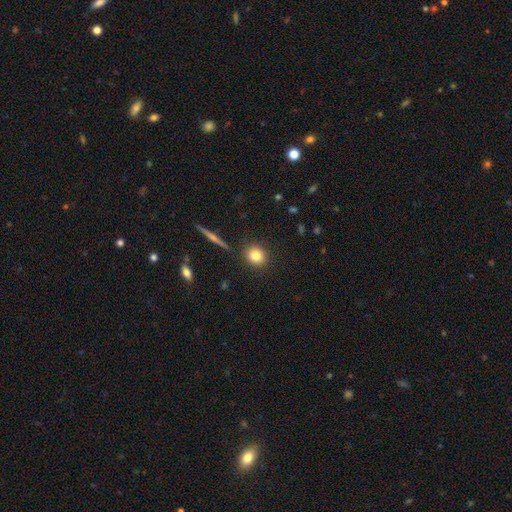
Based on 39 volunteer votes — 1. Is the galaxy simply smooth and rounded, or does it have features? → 77% smooth, 13% featured or disk, 10% star or artifact.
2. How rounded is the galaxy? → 80% round, 20% in between, 0% cigar-shaped.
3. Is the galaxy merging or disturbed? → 91% none, 6% minor disturbance, 3% major disturbance, 0% merger.